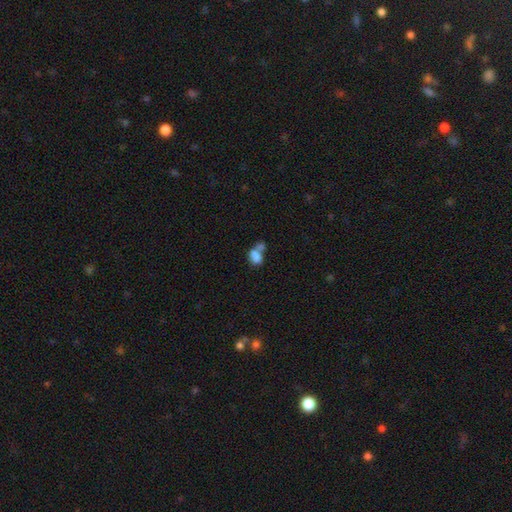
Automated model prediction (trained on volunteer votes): The model was most divided on "merging": merger: 62%, none: 21%, minor disturbance: 9%, major disturbance: 8%. More confident: smooth or featured — smooth (76%); how rounded — in between (75%).